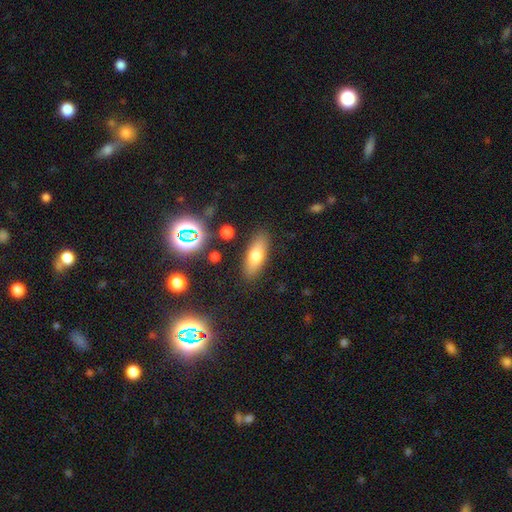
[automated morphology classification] Q: Smooth or featured?
A: smooth (69%); runner-up: featured or disk (21%)
Q: How rounded?
A: in between (62%); runner-up: cigar-shaped (34%)
Q: Merging?
A: none (86%); runner-up: minor disturbance (9%)